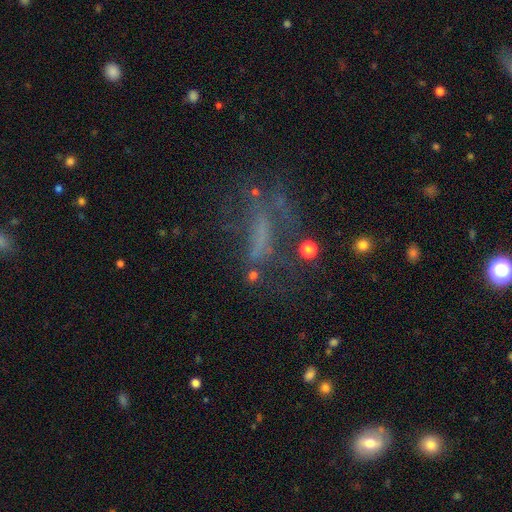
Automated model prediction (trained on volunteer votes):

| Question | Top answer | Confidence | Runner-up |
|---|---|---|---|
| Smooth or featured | featured or disk | 42% | smooth (30%) |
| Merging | none | 44% | major disturbance (31%) |